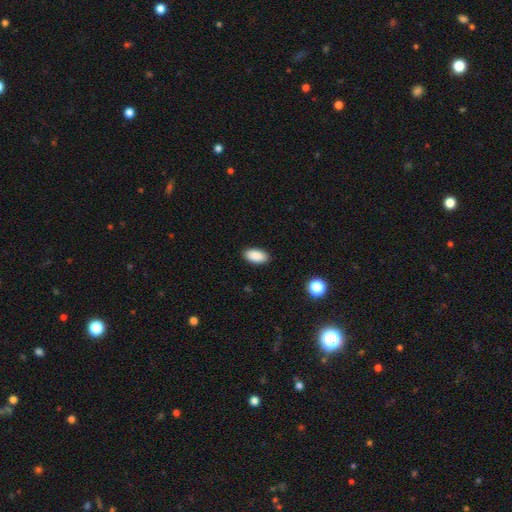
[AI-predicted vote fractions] Smooth or featured? Predicted: smooth (p=0.90). How rounded? Predicted: in between (p=0.94). Merging? Predicted: none (p=0.89).